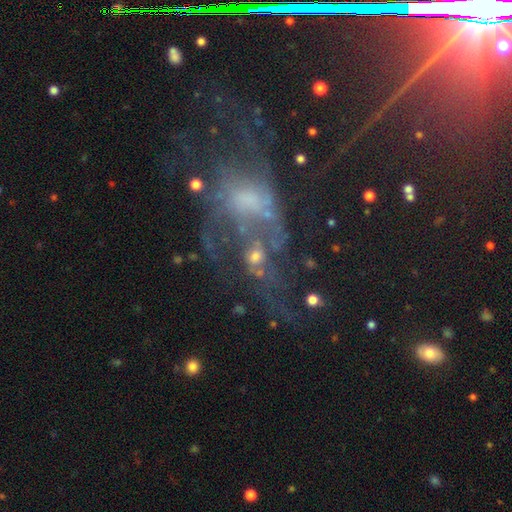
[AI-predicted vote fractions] A featured or disk galaxy (58%) with no bar (75%), no spiral arms (55%) and no central bulge (37%). Merging: major disturbance (36%).